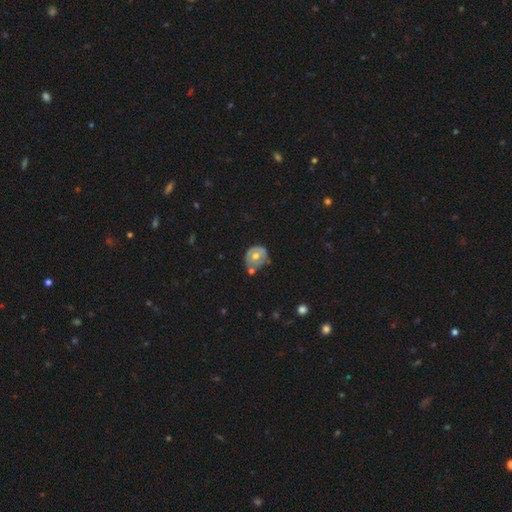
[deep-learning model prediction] smooth-or-featured: smooth: 48% | featured or disk: 45% | star or artifact: 7%
  merging: none: 46% | minor disturbance: 28% | merger: 17% | major disturbance: 9%